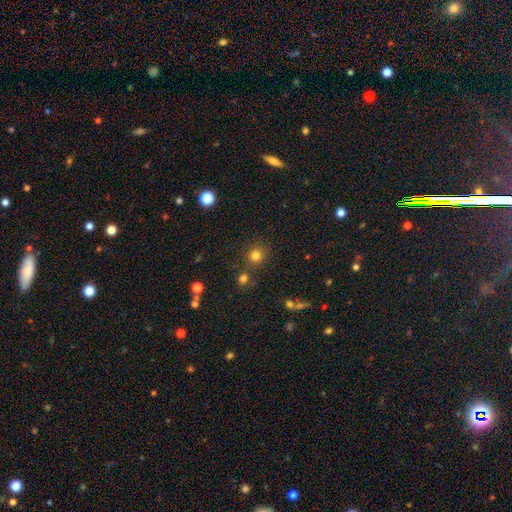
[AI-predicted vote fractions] Smooth or featured? Predicted: smooth (p=0.77). How rounded? Predicted: round (p=0.91). Merging? Predicted: none (p=0.79).